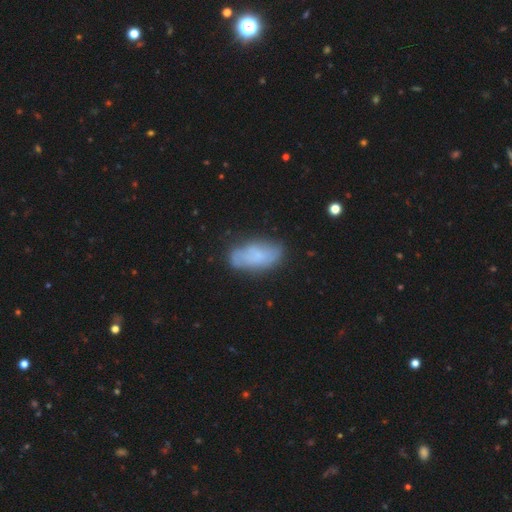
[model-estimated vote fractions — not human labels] smooth 58%, featured or disk 34%, star or artifact 8%. Down the decision tree: how rounded — in between (89%); merging — none (70%).